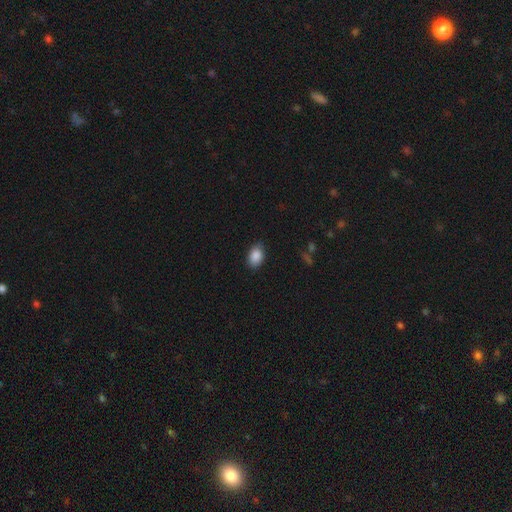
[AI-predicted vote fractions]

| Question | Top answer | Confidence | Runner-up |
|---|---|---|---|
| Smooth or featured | smooth | 88% | star or artifact (8%) |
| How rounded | in between | 84% | round (15%) |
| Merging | none | 84% | minor disturbance (13%) |